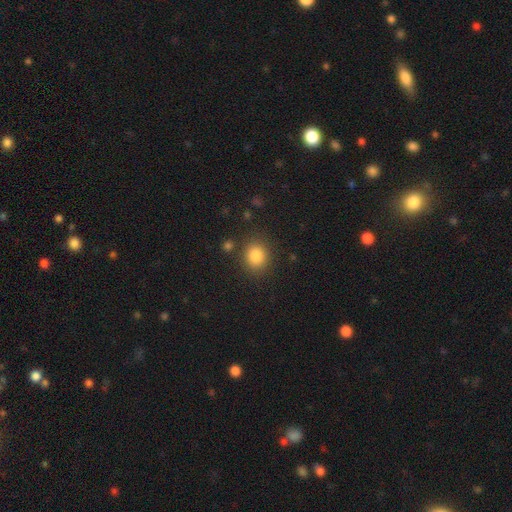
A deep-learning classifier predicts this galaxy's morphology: This appears to be a smooth galaxy with no disk features (85%) that is round (69%). Merging: none (83%).